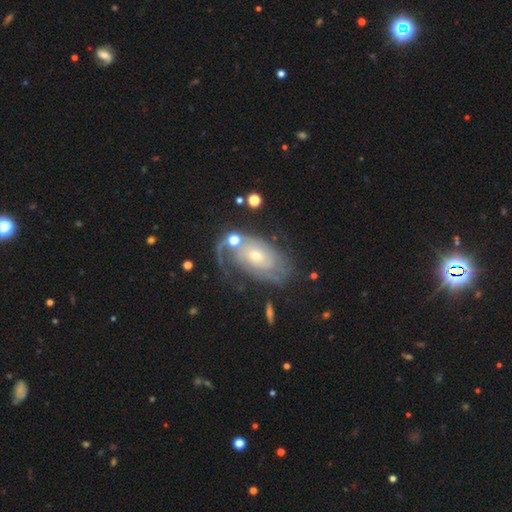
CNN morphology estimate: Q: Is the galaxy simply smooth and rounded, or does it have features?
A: featured or disk — 81%.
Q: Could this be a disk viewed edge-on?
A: no — 96%.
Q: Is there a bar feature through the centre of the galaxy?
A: no — 76%.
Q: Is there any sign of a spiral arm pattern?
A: yes — 91%.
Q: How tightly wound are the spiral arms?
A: tight — 62%.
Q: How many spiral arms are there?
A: can't tell — 34%, tied with 2.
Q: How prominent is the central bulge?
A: small — 61%.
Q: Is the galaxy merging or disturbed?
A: none — 53%.